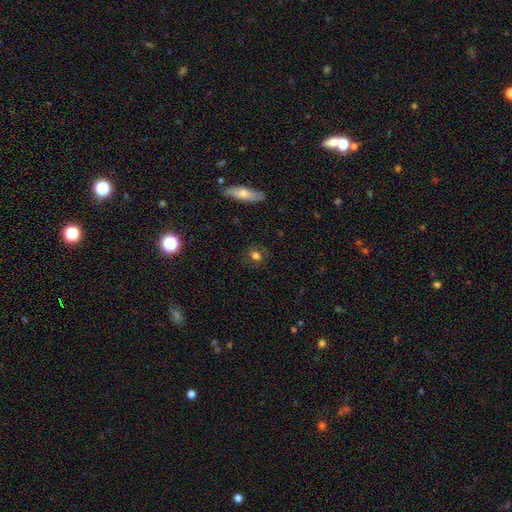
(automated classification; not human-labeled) Smooth or featured? Predicted: smooth (p=0.72). How rounded? Predicted: round (p=0.69). Merging? Predicted: none (p=0.82).